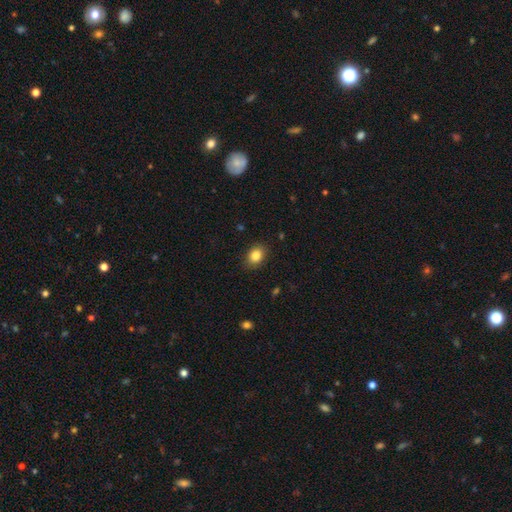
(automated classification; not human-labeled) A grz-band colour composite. It shows a smooth galaxy with no disk features (85%) that is in between round and cigar-shaped (65%). Merging: none (86%).